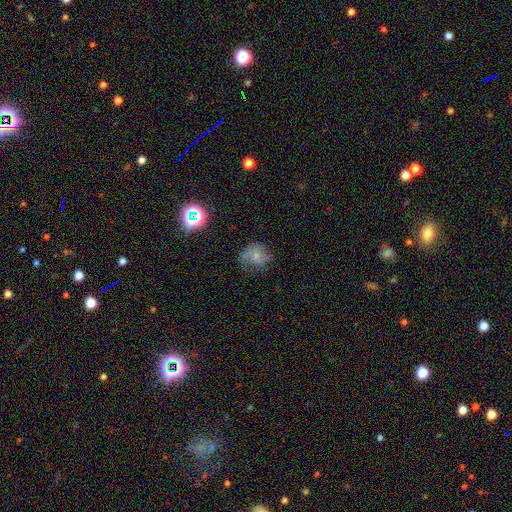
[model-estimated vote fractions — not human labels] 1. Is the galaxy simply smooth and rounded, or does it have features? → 45% smooth, 41% featured or disk, 14% star or artifact.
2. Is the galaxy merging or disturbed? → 48% none, 28% minor disturbance, 21% major disturbance, 2% merger.